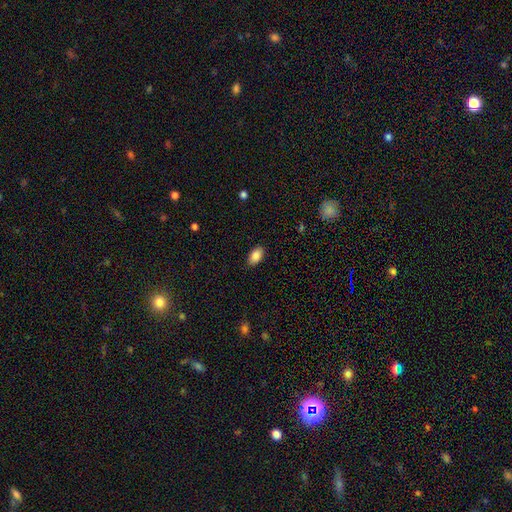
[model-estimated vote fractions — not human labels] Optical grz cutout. It shows a smooth galaxy with no disk features (87%) that is in between round and cigar-shaped (93%). Merging: none (88%).